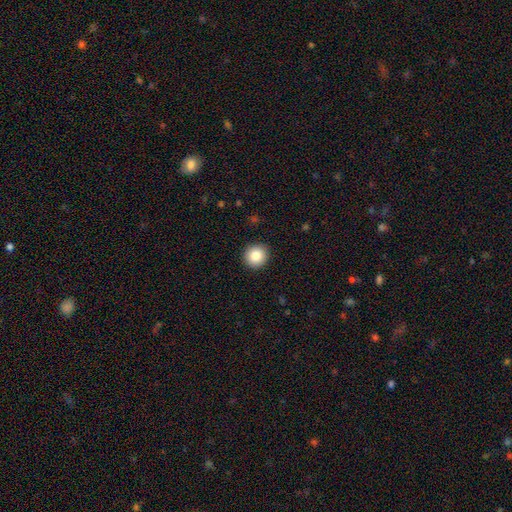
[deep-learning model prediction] Smooth or featured? Predicted: smooth (p=0.85). How rounded? Predicted: round (p=0.91). Merging? Predicted: none (p=0.92).